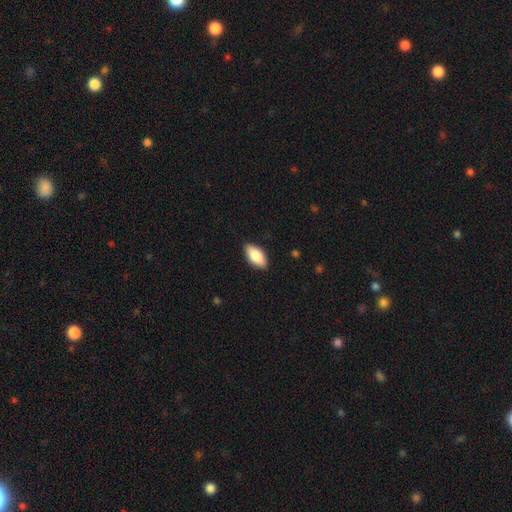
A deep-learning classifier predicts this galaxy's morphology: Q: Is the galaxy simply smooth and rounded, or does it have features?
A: smooth — 83%.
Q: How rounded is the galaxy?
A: in between — 90%.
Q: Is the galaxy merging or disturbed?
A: none — 87%.